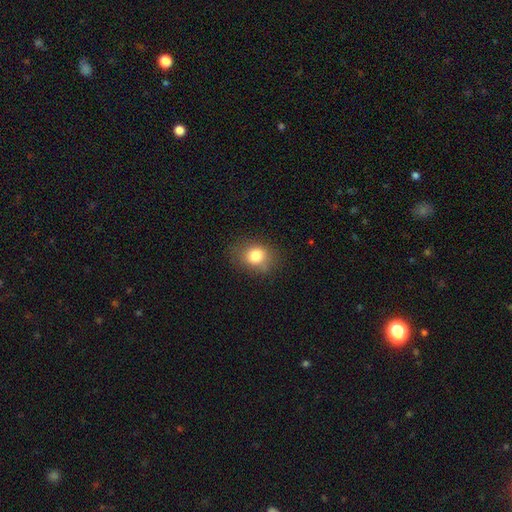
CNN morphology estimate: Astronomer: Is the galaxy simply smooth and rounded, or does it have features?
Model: smooth — 80%.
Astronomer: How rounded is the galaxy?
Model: in between — 52% (runner-up: round, 47%).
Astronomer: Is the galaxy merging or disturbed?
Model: none — 75%.